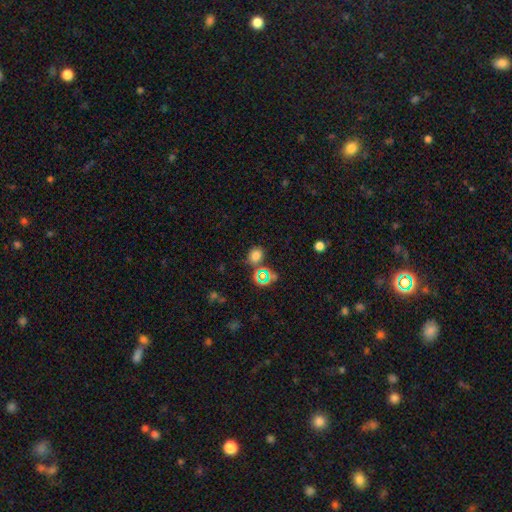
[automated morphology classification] A smooth galaxy with no disk features (69%) that is round (67%). Merging: none (72%).